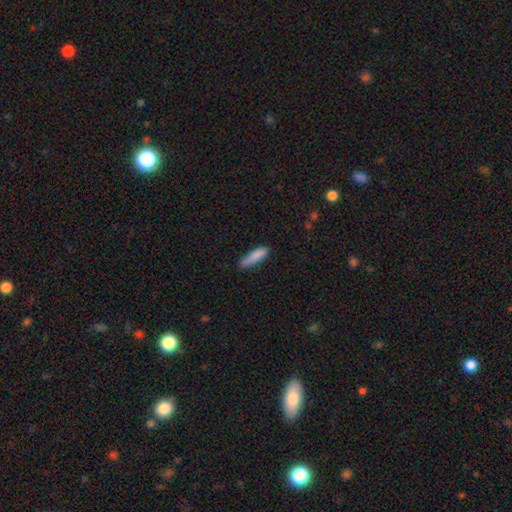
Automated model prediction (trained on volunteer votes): Smooth or featured?
  - smooth: 85% *
  - featured or disk: 8%
  - star or artifact: 7%
How rounded?
  - cigar-shaped: 69% *
  - in between: 29%
  - round: 2%
Merging?
  - none: 66% *
  - minor disturbance: 27%
  - major disturbance: 5%
  - merger: 3%